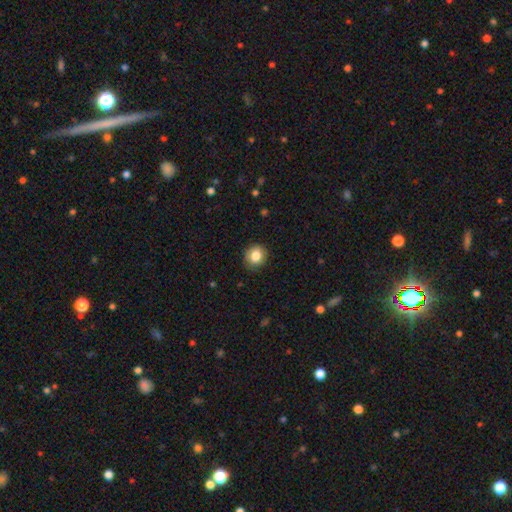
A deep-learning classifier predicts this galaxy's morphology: Overall: smooth (84%). How rounded: round (83%). Merging: none (88%).